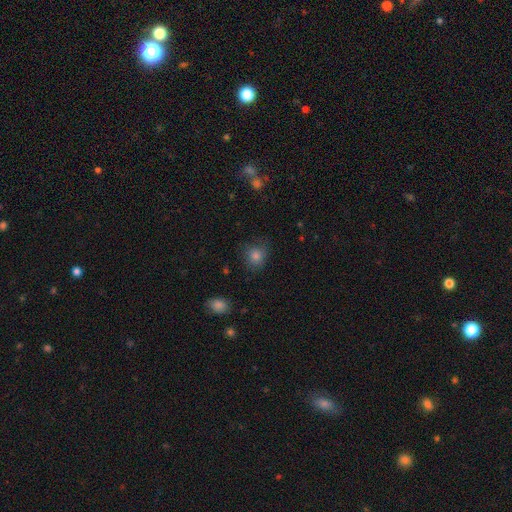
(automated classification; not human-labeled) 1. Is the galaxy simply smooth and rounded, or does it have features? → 80% smooth, 13% star or artifact, 7% featured or disk.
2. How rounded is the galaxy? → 82% round, 17% in between, 1% cigar-shaped.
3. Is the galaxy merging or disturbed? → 77% none, 16% minor disturbance, 5% major disturbance, 2% merger.